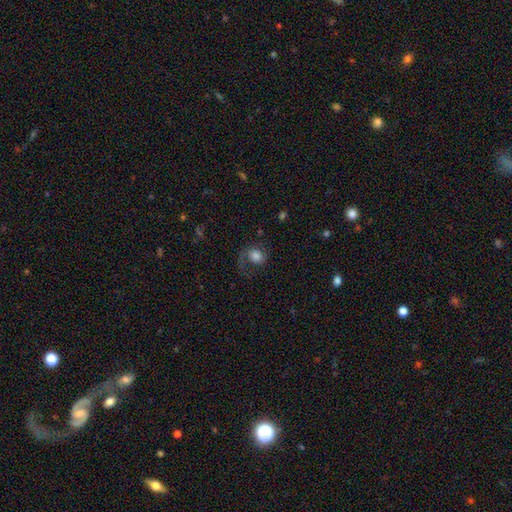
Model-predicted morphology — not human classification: A smooth galaxy with no disk features (50%) that is round (67%).

Vote fractions:
- Smooth or featured? smooth: 50% / featured or disk: 39% / star or artifact: 11%
- How rounded? round: 67% / in between: 32% / cigar-shaped: 1%
- Merging? none: 46% / major disturbance: 34% / minor disturbance: 18% / merger: 2%